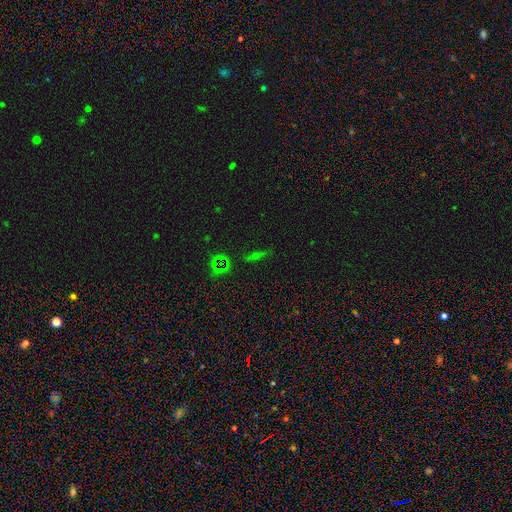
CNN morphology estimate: Smooth or featured?
  - star or artifact: 48% *
  - featured or disk: 27%
  - smooth: 25%